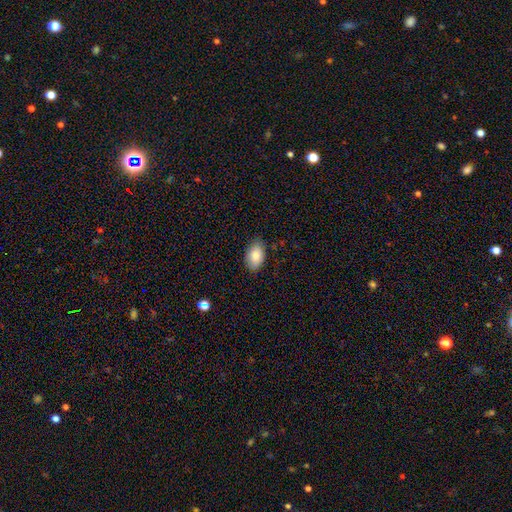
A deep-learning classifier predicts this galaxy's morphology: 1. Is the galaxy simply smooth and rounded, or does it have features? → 86% smooth, 8% featured or disk, 7% star or artifact.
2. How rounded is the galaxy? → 92% in between, 7% round, 1% cigar-shaped.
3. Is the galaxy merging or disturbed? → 82% none, 14% minor disturbance, 3% major disturbance, 1% merger.